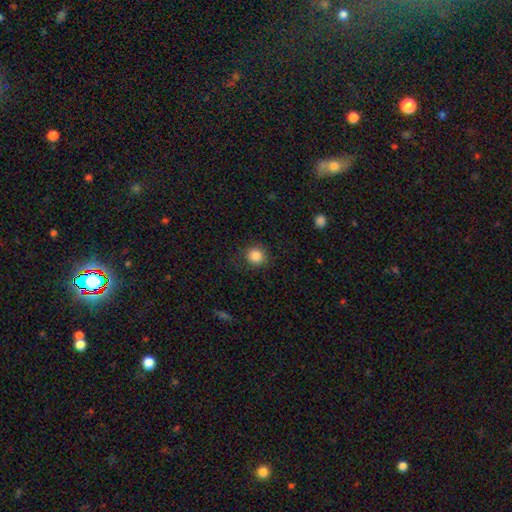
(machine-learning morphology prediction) Smooth or featured? Predicted: smooth (p=0.86). How rounded? Predicted: round (p=0.90). Merging? Predicted: none (p=0.84).